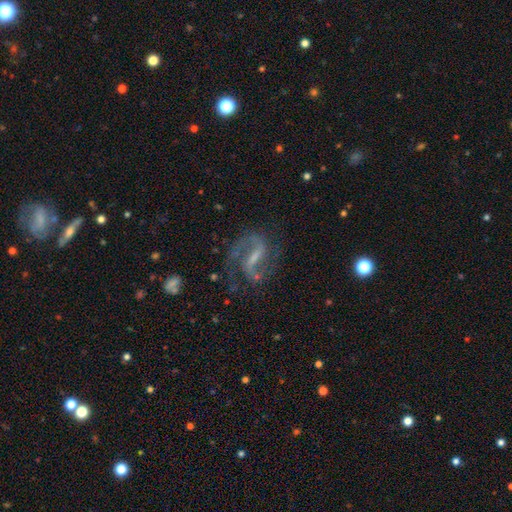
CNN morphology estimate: This appears to be a featured or disk galaxy (88%) with a strong bar (46%), 2 (91%) medium (55%) spiral arms (97%) and a small central bulge (49%). Merging: none (75%).